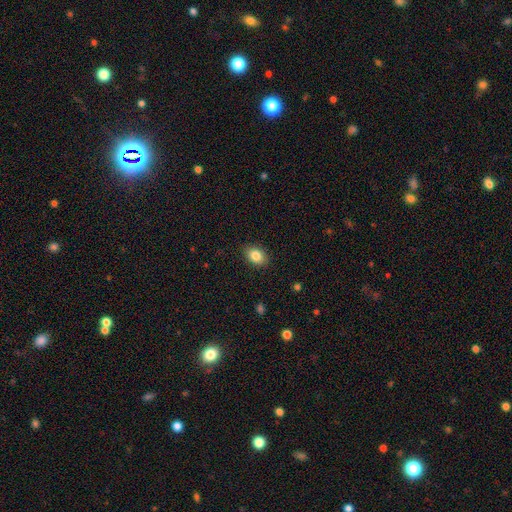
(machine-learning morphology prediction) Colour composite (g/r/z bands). It shows a smooth galaxy with no disk features (85%) that is in between round and cigar-shaped (77%). Merging: none (88%).